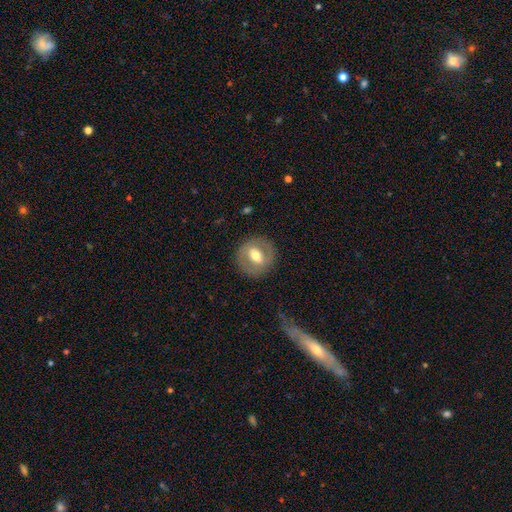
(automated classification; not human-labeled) The model was most divided on "smooth or featured": smooth: 48%, featured or disk: 45%, star or artifact: 7%. More confident: merging — none (85%).